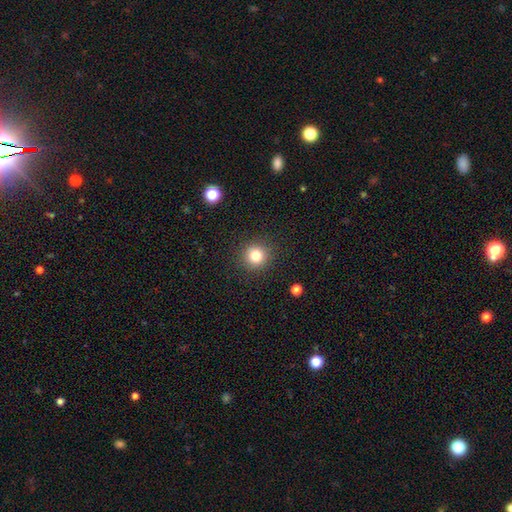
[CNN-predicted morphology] A smooth galaxy with no disk features (81%) that is round (94%). Merging: none (91%).